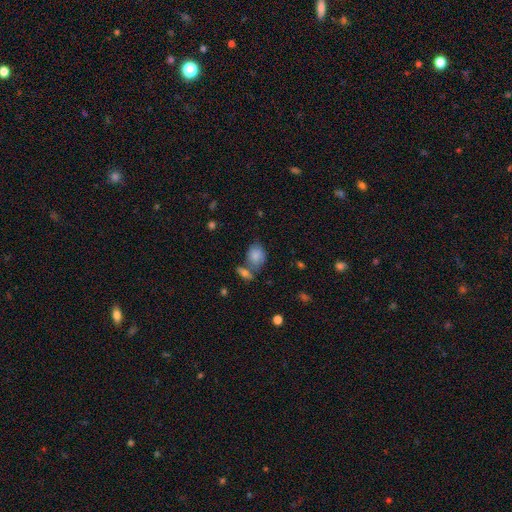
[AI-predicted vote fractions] This is clearly a smooth galaxy (81%). How rounded: likely in between (69%). Merging: possibly none (49%).